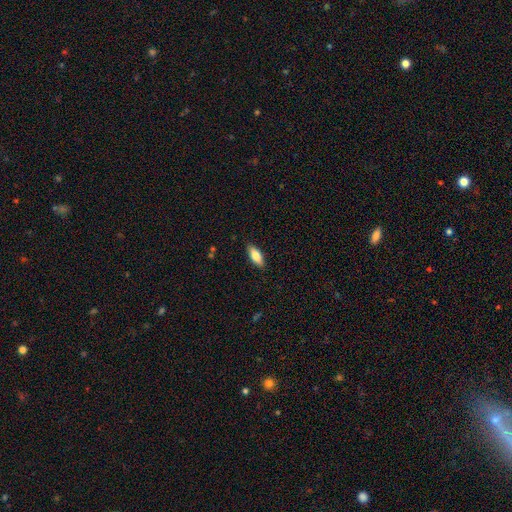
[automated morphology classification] This appears to be a smooth galaxy with no disk features (80%) that is in between round and cigar-shaped (79%). Merging: none (87%).